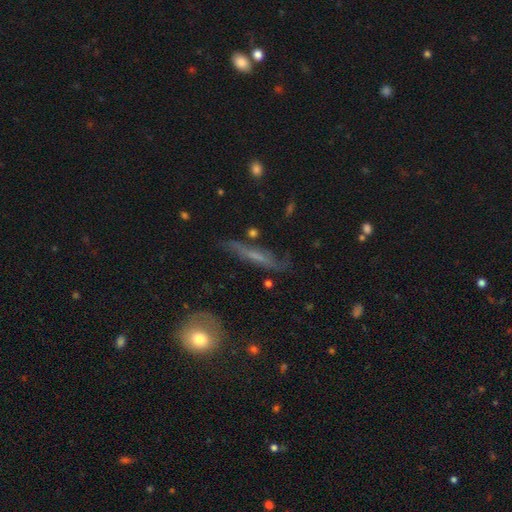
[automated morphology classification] This appears to be a featured or disk galaxy (55%) viewed edge-on (63%). Merging: none (70%).